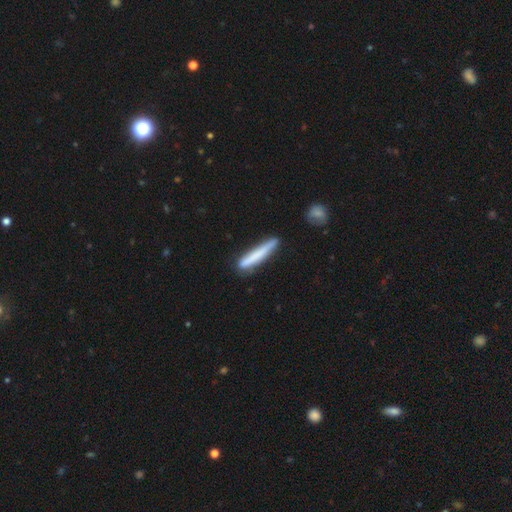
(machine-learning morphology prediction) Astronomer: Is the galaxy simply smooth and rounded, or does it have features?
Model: smooth — 70%.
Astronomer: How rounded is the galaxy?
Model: cigar-shaped — 95%.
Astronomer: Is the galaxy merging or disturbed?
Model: none — 81%.